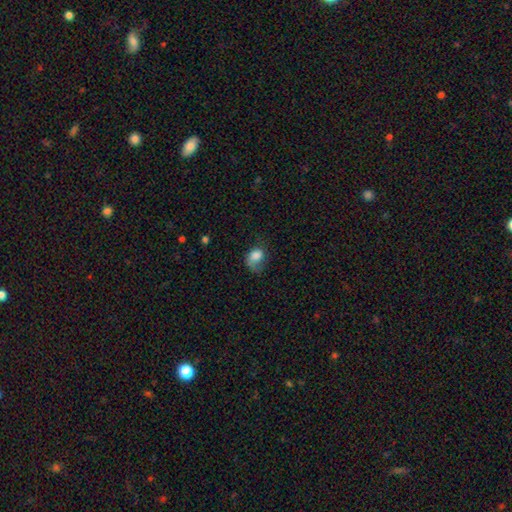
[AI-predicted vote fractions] smooth_or_featured: smooth (p=0.74) [alt: featured or disk p=0.17]
how_rounded: in between (p=0.59) [alt: round p=0.40]
merging: major disturbance (p=0.37) [alt: none p=0.31]